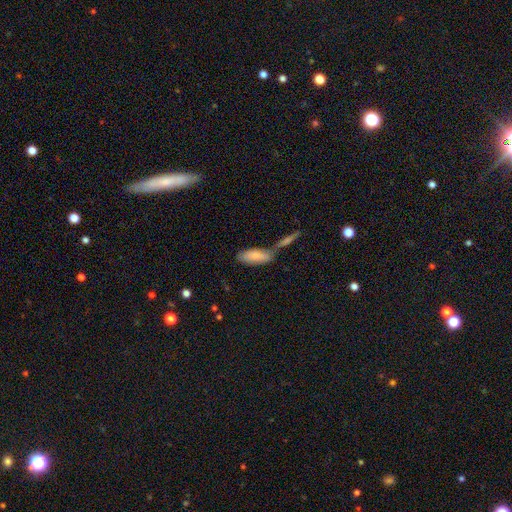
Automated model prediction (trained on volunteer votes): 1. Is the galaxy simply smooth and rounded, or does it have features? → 79% smooth, 15% featured or disk, 6% star or artifact.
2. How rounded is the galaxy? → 73% in between, 25% cigar-shaped, 2% round.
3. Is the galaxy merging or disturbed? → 41% merger, 40% none, 14% minor disturbance, 5% major disturbance.